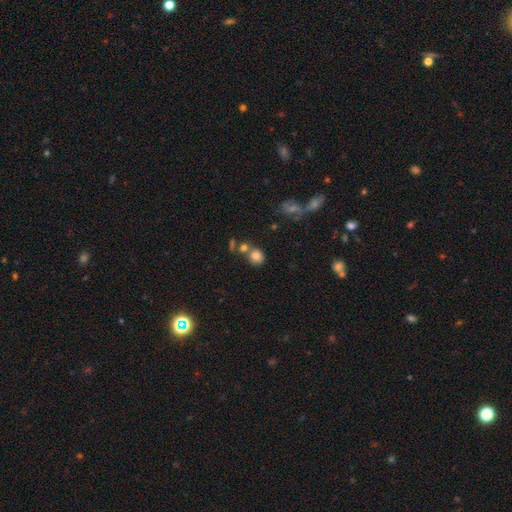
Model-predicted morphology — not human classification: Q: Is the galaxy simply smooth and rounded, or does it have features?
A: smooth — 80%.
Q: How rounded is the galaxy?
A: round — 77%.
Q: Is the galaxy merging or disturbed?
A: none — 56%.